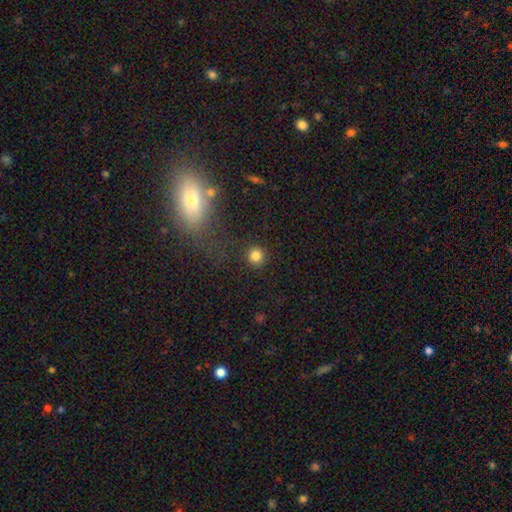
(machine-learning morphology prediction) A smooth galaxy with no disk features (82%) that is round (94%).

Vote fractions:
- Smooth or featured? smooth: 82% / star or artifact: 13% / featured or disk: 5%
- How rounded? round: 94% / in between: 5% / cigar-shaped: 1%
- Merging? none: 90% / minor disturbance: 6% / major disturbance: 2% / merger: 2%